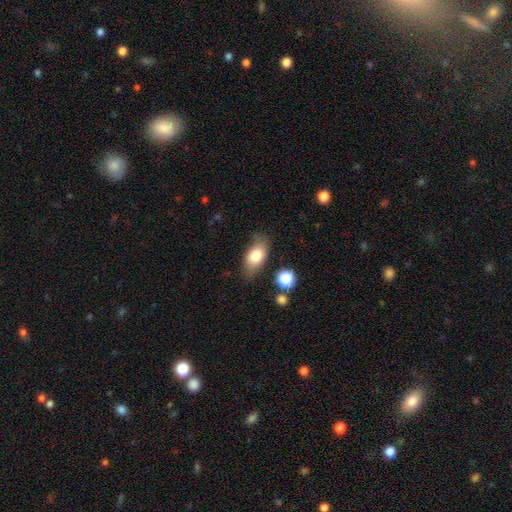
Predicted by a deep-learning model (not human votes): Smooth or featured?
  - smooth: 79% *
  - featured or disk: 14%
  - star or artifact: 7%
How rounded?
  - in between: 89% *
  - round: 6%
  - cigar-shaped: 5%
Merging?
  - none: 73% *
  - minor disturbance: 18%
  - major disturbance: 5%
  - merger: 3%